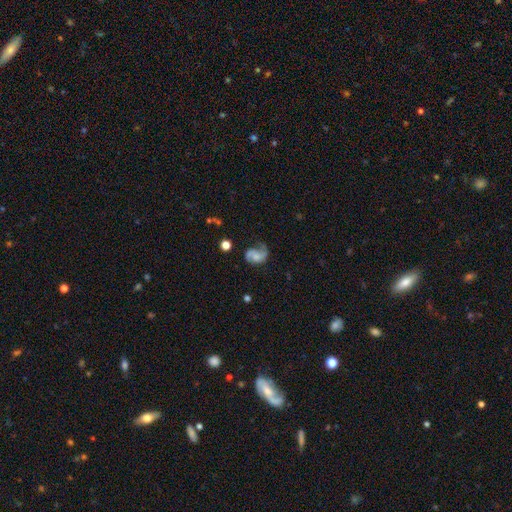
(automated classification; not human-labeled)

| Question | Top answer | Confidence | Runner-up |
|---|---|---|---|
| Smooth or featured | featured or disk | 68% | smooth (23%) |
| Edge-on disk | no | 98% | yes (2%) |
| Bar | no | 65% | weak (29%) |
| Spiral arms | yes | 90% | no (10%) |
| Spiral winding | loose | 53% | medium (36%) |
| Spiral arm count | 2 | 69% | 1 (23%) |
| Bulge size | small | 38% | none (30%) |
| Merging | none | 45% | major disturbance (25%) |